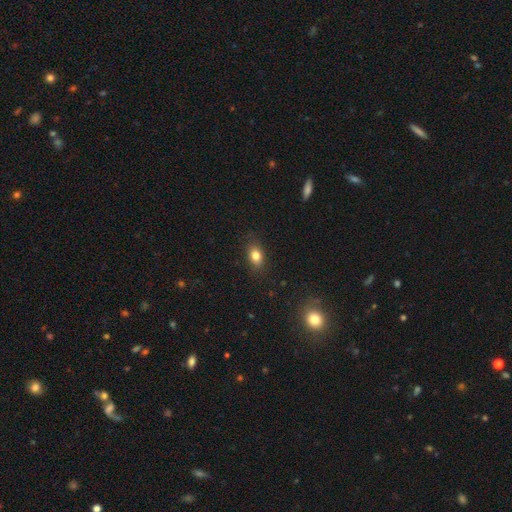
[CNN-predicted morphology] This is clearly a smooth galaxy (82%). How rounded: likely in between (79%). Merging: clearly none (84%).